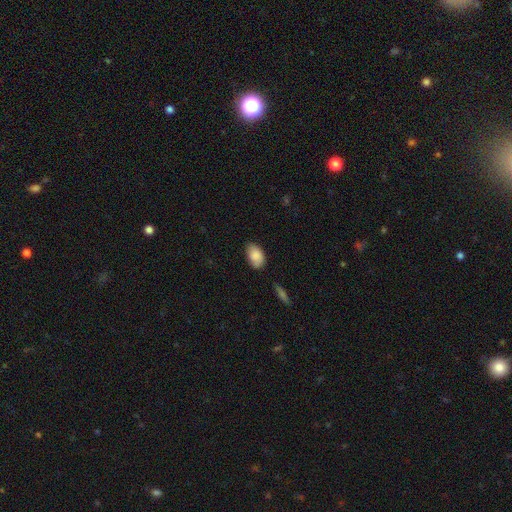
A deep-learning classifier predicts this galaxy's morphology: A smooth galaxy with no disk features (85%) that is in between round and cigar-shaped (92%). Merging: none (72%).